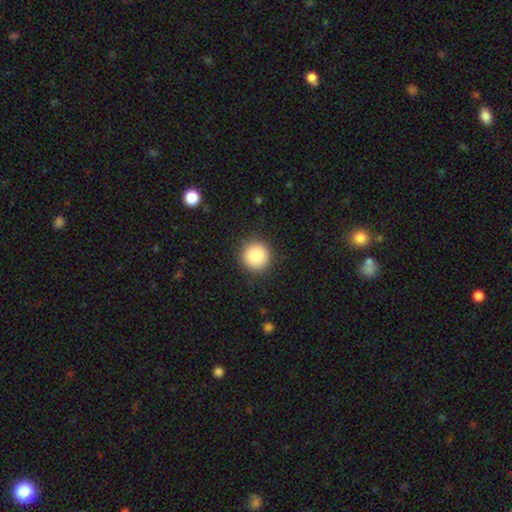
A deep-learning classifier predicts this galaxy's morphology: The model was most divided on "smooth or featured": smooth: 84%, star or artifact: 9%, featured or disk: 8%. More confident: how rounded — round (94%); merging — none (90%).